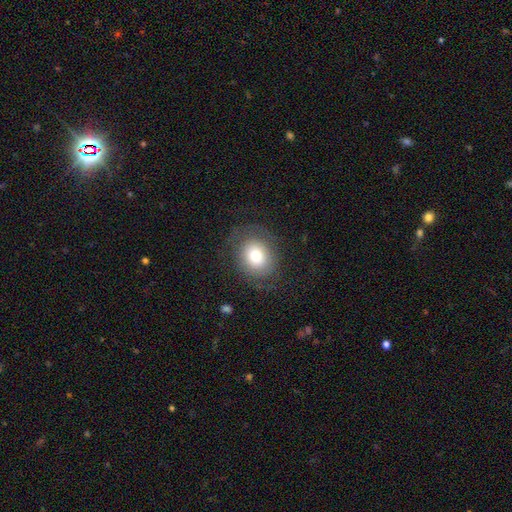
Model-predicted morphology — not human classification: The model was most divided on "how rounded": round: 66%, in between: 33%, cigar-shaped: 1%. More confident: merging — none (75%); smooth or featured — smooth (66%).